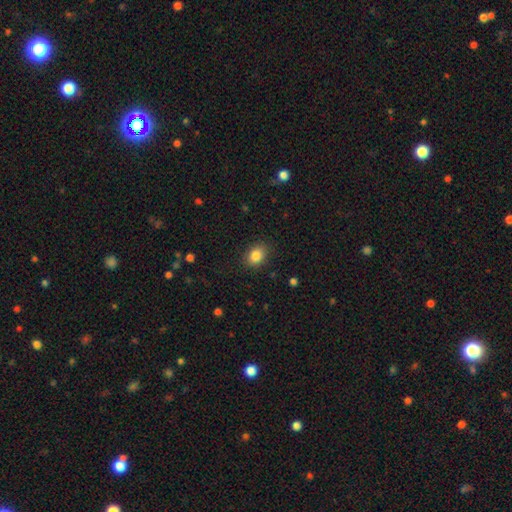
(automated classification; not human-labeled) Overall: smooth (85%). How rounded: in between (64%; round 35%). Merging: none (86%).